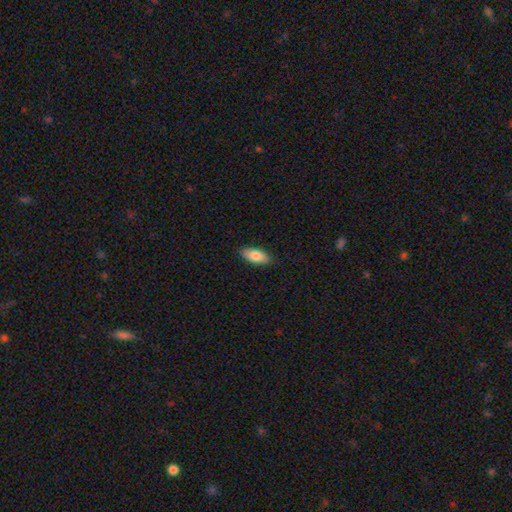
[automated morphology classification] This appears to be a smooth galaxy with no disk features (81%) that is in between round and cigar-shaped (83%). Merging: none (88%).